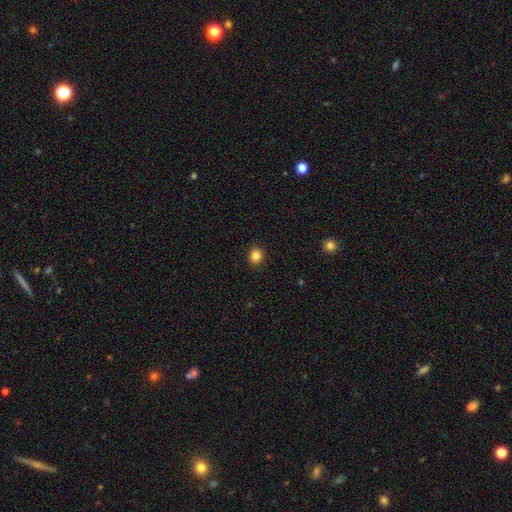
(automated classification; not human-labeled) This is clearly a smooth galaxy (84%). How rounded: clearly round (80%). Merging: clearly none (92%).